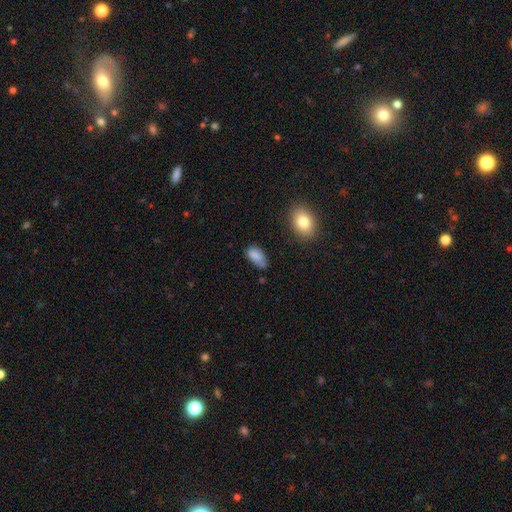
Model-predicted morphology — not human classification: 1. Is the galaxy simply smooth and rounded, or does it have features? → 82% smooth, 9% featured or disk, 9% star or artifact.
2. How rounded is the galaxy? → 92% in between, 4% cigar-shaped, 4% round.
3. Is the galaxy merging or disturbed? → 56% none, 33% minor disturbance, 8% major disturbance, 4% merger.